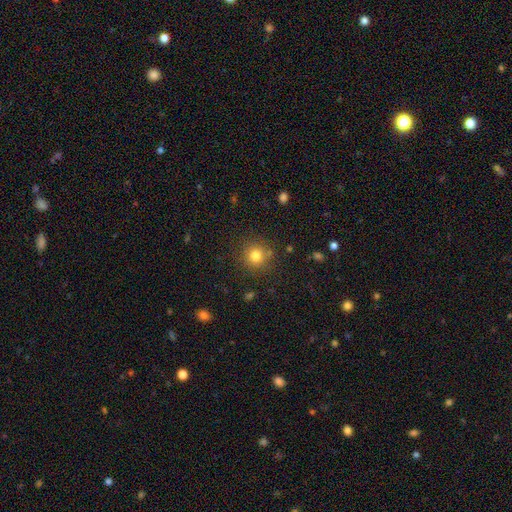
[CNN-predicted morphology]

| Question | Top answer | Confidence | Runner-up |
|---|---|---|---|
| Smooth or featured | smooth | 80% | star or artifact (14%) |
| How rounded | round | 93% | in between (6%) |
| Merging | none | 85% | minor disturbance (9%) |